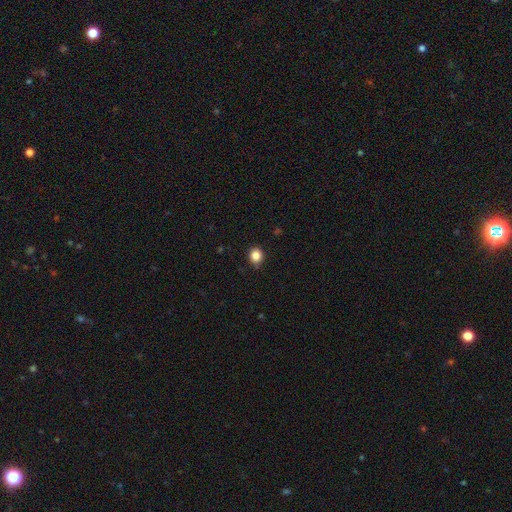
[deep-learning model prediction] Smooth or featured?
  - smooth: 85% *
  - star or artifact: 11%
  - featured or disk: 4%
How rounded?
  - round: 77% *
  - in between: 22%
  - cigar-shaped: 1%
Merging?
  - none: 87% *
  - minor disturbance: 10%
  - major disturbance: 2%
  - merger: 1%